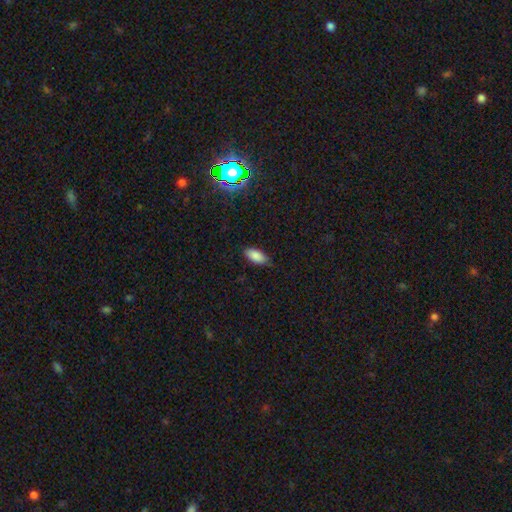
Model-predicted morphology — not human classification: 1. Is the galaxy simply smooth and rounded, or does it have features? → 85% smooth, 8% star or artifact, 6% featured or disk.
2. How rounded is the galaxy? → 91% in between, 7% cigar-shaped, 2% round.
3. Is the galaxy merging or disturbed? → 75% none, 21% minor disturbance, 3% major disturbance, 1% merger.